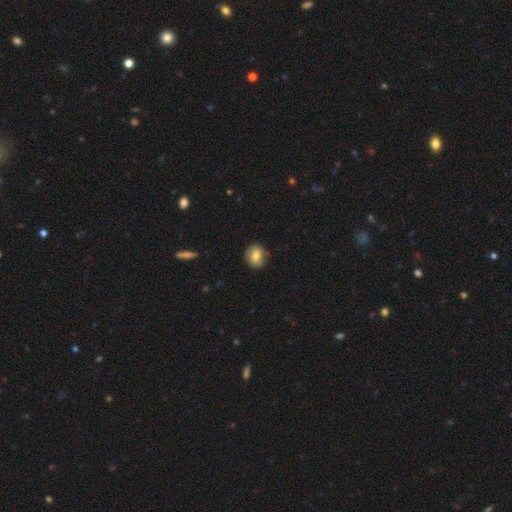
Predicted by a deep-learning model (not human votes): Smooth or featured? smooth (76%)
How rounded? round (67%)
Merging? none (84%)